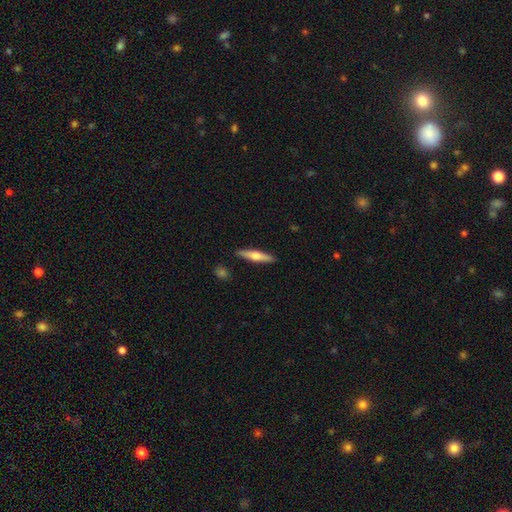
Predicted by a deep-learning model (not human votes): Q: Smooth or featured?
A: smooth (48%); runner-up: featured or disk (47%)
Q: Merging?
A: none (90%); runner-up: minor disturbance (7%)